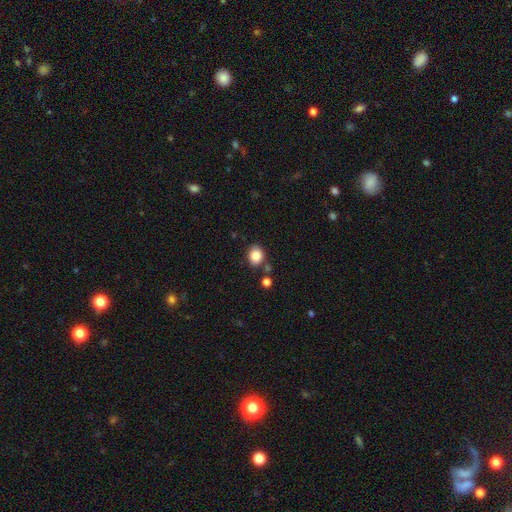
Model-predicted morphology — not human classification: smooth 85%, star or artifact 10%, featured or disk 5%. Down the decision tree: how rounded — round (61%); merging — none (77%).